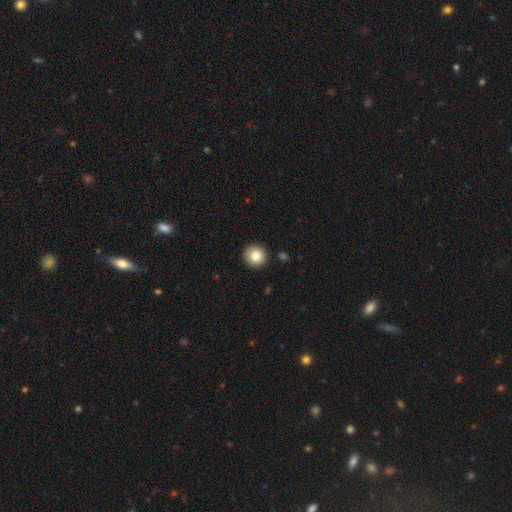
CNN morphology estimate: smooth-or-featured: smooth: 82% | star or artifact: 10% | featured or disk: 8%
  how-rounded: round: 95% | in between: 4% | cigar-shaped: 1%
  merging: none: 92% | minor disturbance: 5% | major disturbance: 2% | merger: 1%